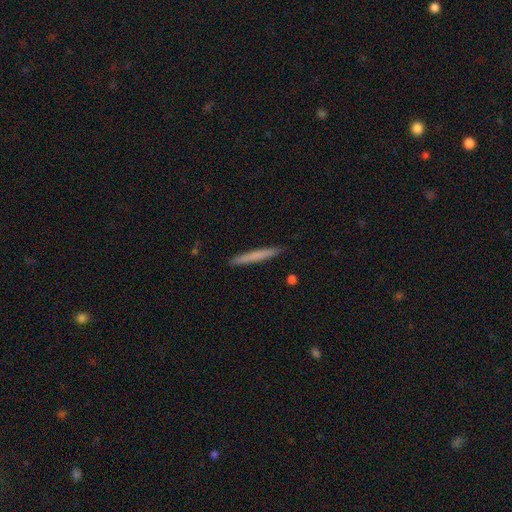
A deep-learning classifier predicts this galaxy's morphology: Smooth or featured?
  - smooth: 69% *
  - featured or disk: 25%
  - star or artifact: 5%
How rounded?
  - cigar-shaped: 97% *
  - in between: 2%
  - round: 1%
Merging?
  - none: 91% *
  - minor disturbance: 6%
  - major disturbance: 1%
  - merger: 1%